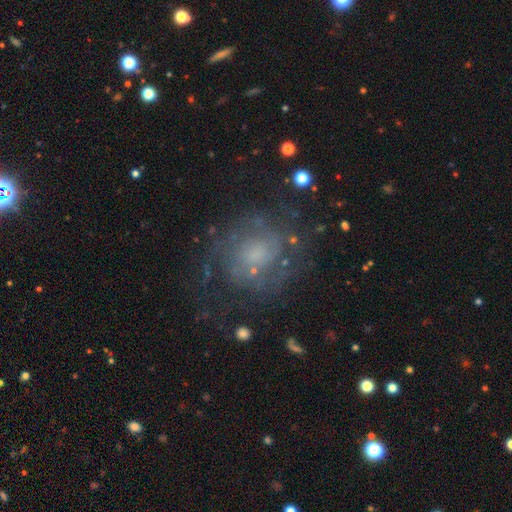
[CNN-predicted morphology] Smooth or featured?
  - featured or disk: 65% *
  - smooth: 21%
  - star or artifact: 14%
Edge-on disk?
  - no: 97% *
  - yes: 3%
Bar?
  - no: 73% *
  - weak: 23%
  - strong: 4%
Spiral arms?
  - yes: 82% *
  - no: 18%
Spiral winding?
  - tight: 47% *
  - medium: 37%
  - loose: 16%
Spiral arm count?
  - can't tell: 42% *
  - 2: 33%
  - 3: 10%
  - 1: 5%
  - 4: 5%
  - more than 4: 4%
Bulge size?
  - small: 41% *
  - moderate: 27%
  - none: 23%
  - large: 8%
  - dominant: 2%
Merging?
  - none: 68% *
  - minor disturbance: 16%
  - major disturbance: 14%
  - merger: 2%